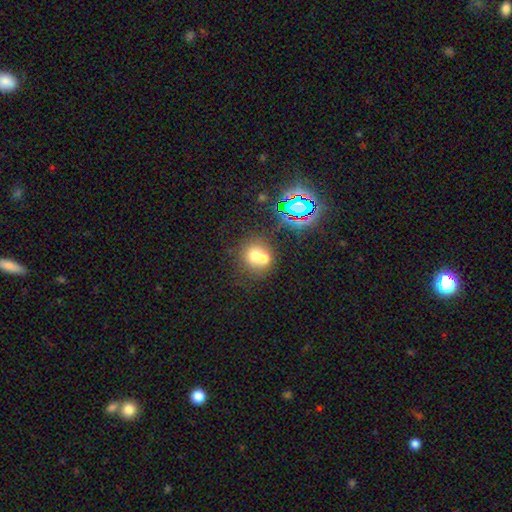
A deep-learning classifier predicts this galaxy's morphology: Smooth or featured: smooth — 62% (featured or disk — 20%)
How rounded: round — 81% (in between — 18%)
Merging: merger — 58% (none — 34%)